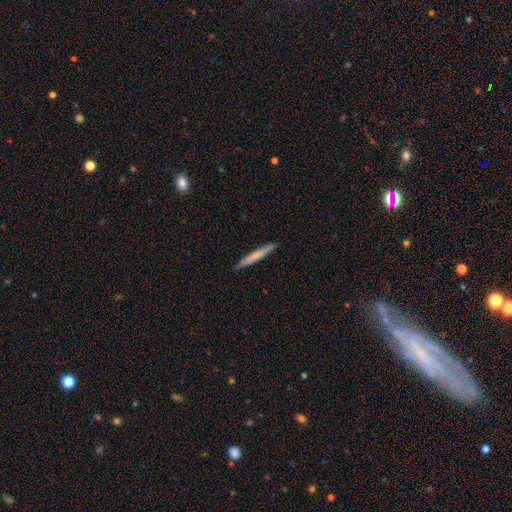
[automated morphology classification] smooth 62%, featured or disk 33%, star or artifact 5%. Down the decision tree: how rounded — cigar-shaped (96%); merging — none (91%).